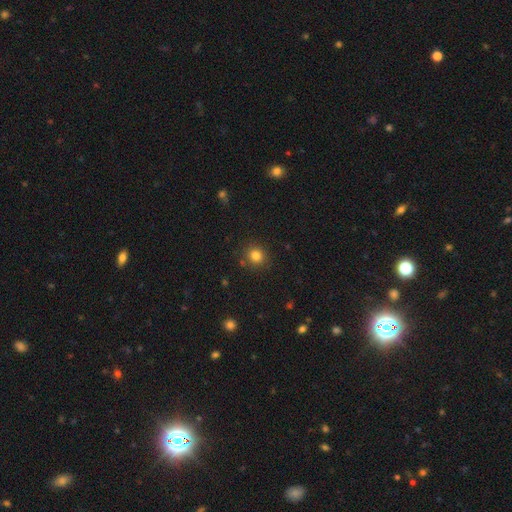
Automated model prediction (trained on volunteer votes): A smooth galaxy with no disk features (82%) that is round (87%).

Vote fractions:
- Smooth or featured? smooth: 82% / star or artifact: 13% / featured or disk: 6%
- How rounded? round: 87% / in between: 13% / cigar-shaped: 1%
- Merging? none: 86% / minor disturbance: 9% / merger: 3% / major disturbance: 3%